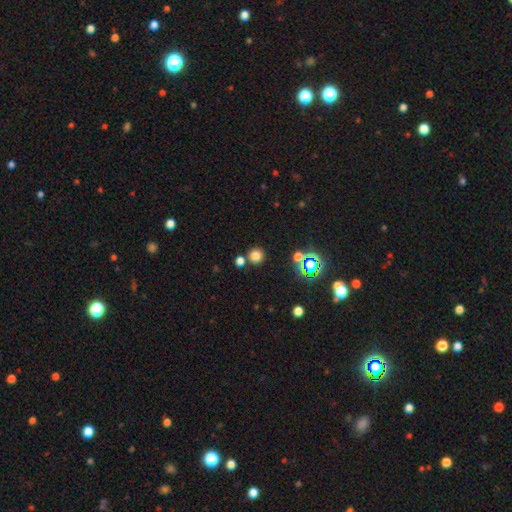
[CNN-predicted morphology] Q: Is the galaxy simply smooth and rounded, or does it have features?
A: smooth — 75%.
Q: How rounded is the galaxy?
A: round — 93%.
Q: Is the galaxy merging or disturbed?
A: none — 78%.